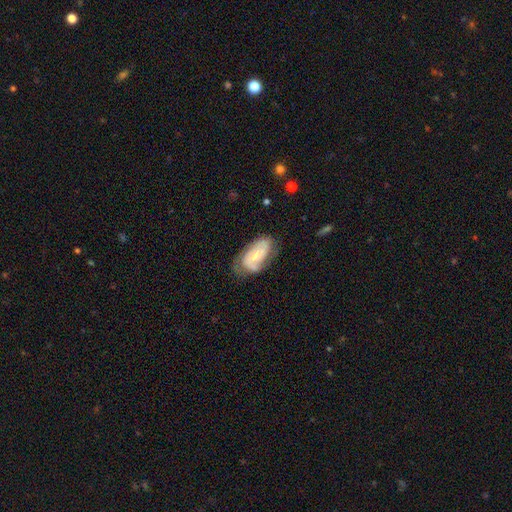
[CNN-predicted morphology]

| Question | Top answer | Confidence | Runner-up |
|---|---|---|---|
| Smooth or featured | featured or disk | 60% | smooth (34%) |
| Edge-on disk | no | 94% | yes (6%) |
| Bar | no | 65% | weak (27%) |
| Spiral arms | yes | 80% | no (20%) |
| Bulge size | small | 58% | moderate (37%) |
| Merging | none | 57% | minor disturbance (29%) |